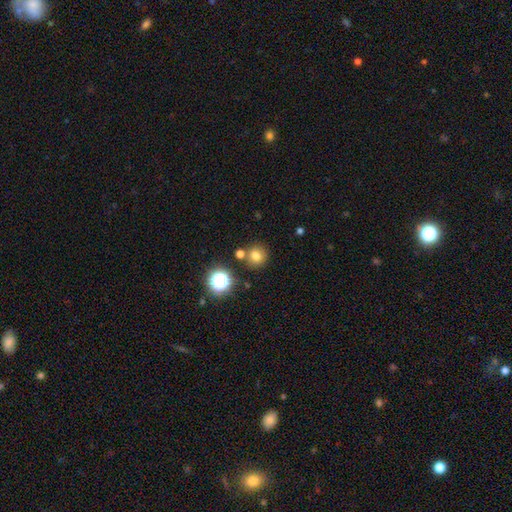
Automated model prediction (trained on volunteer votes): Q: Smooth or featured?
A: smooth (74%); runner-up: star or artifact (18%)
Q: How rounded?
A: round (92%); runner-up: in between (7%)
Q: Merging?
A: none (76%); runner-up: merger (13%)